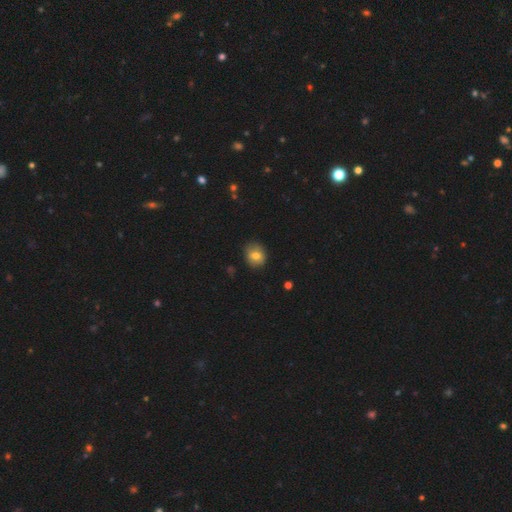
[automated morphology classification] smooth 75%, featured or disk 15%, star or artifact 10%. Down the decision tree: how rounded — round (70%); merging — none (83%).